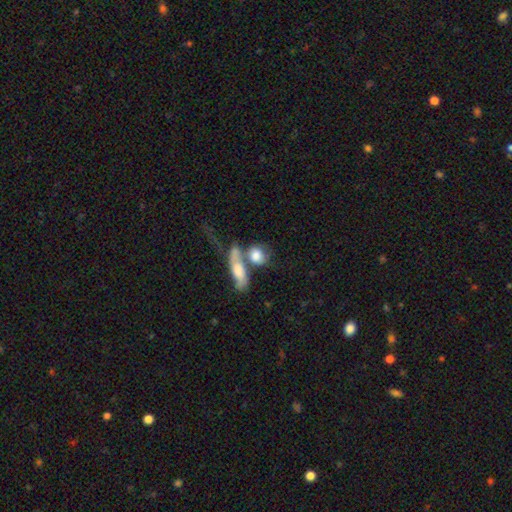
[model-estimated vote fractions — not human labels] Morphology: type=smooth (71%); roundness=in between (50%); merging=merger (54%).